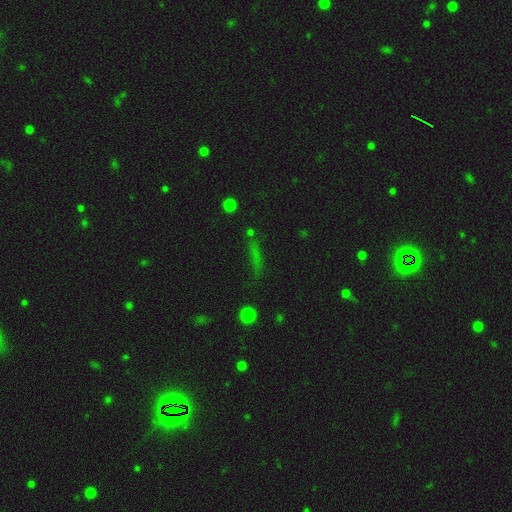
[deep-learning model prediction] A smooth galaxy with no disk features (45%). Merging: none (72%).